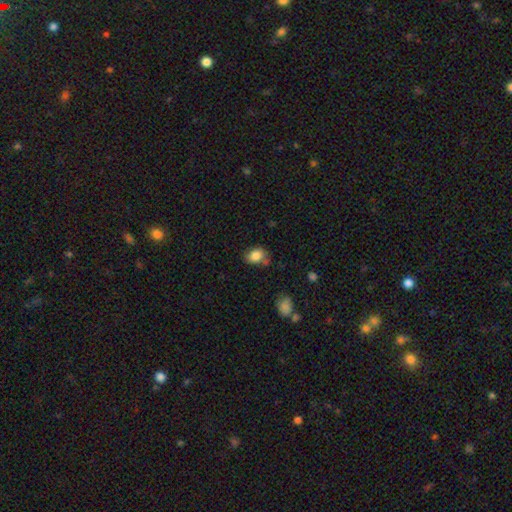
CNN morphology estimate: Smooth or featured?
  - smooth: 84% *
  - star or artifact: 9%
  - featured or disk: 7%
How rounded?
  - in between: 66% *
  - round: 33%
  - cigar-shaped: 1%
Merging?
  - none: 65% *
  - minor disturbance: 22%
  - merger: 7%
  - major disturbance: 5%